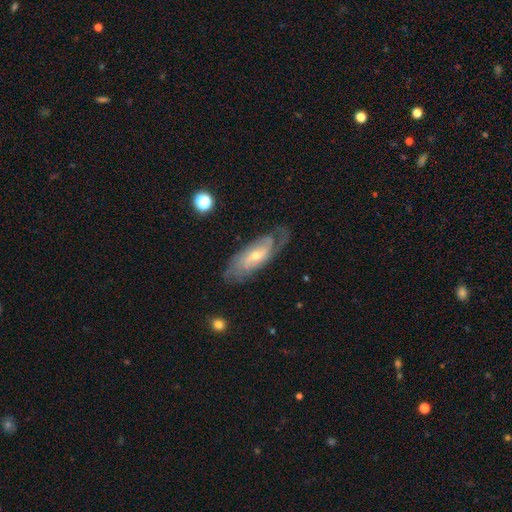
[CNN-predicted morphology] smooth_or_featured: featured or disk (p=0.78) [alt: smooth p=0.16]
disk_edge_on: no (p=0.87) [alt: yes p=0.13]
bar: no (p=0.53) [alt: weak p=0.36]
has_spiral_arms: yes (p=0.90) [alt: no p=0.10]
spiral_winding: tight (p=0.56) [alt: medium p=0.33]
spiral_arm_count: can't tell (p=0.42) [alt: 2 p=0.37]
bulge_size: small (p=0.56) [alt: moderate p=0.40]
merging: none (p=0.68) [alt: minor disturbance p=0.21]